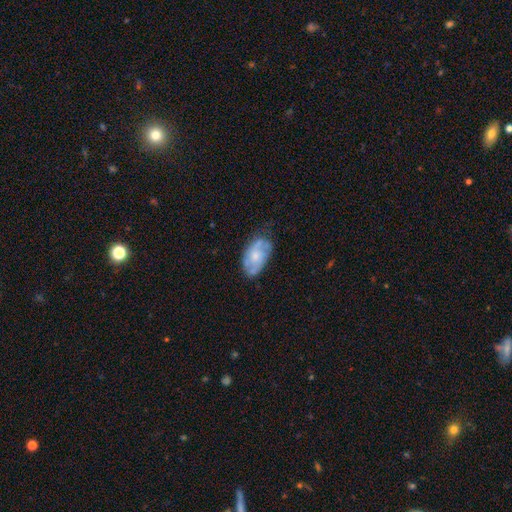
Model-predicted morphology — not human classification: The model was most divided on "bulge size": small: 46%, moderate: 41%, none: 8%, large: 3%, dominant: 1%. More confident: edge-on disk — no (95%); bar — no (81%); spiral arms — yes (61%); merging — none (58%); smooth or featured — featured or disk (57%).